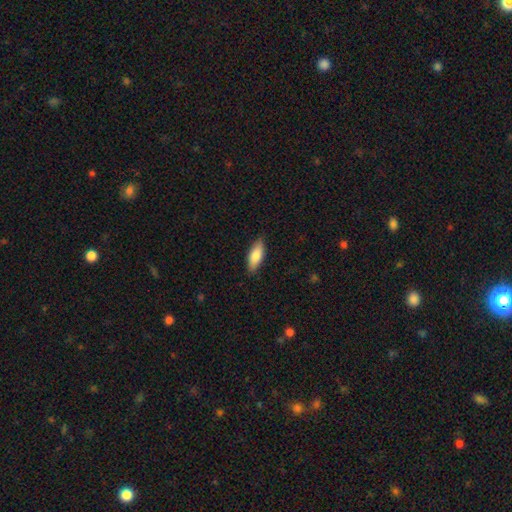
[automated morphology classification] Smooth or featured?
  - smooth: 80% *
  - featured or disk: 14%
  - star or artifact: 6%
How rounded?
  - in between: 73% *
  - cigar-shaped: 25%
  - round: 2%
Merging?
  - none: 85% *
  - minor disturbance: 12%
  - major disturbance: 2%
  - merger: 1%